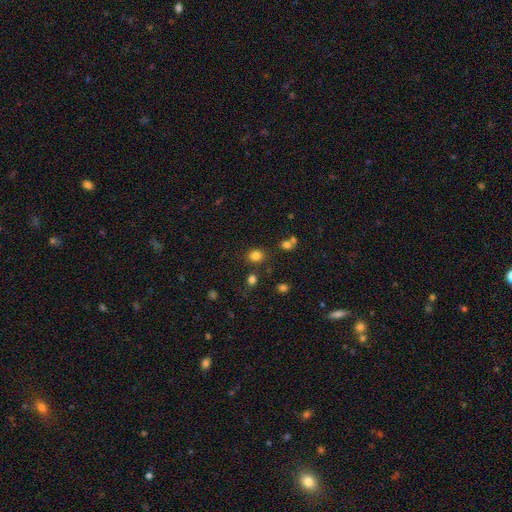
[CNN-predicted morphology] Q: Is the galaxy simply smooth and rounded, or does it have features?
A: smooth — 82%.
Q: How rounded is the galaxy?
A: round — 66%.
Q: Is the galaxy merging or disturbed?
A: none — 80%.